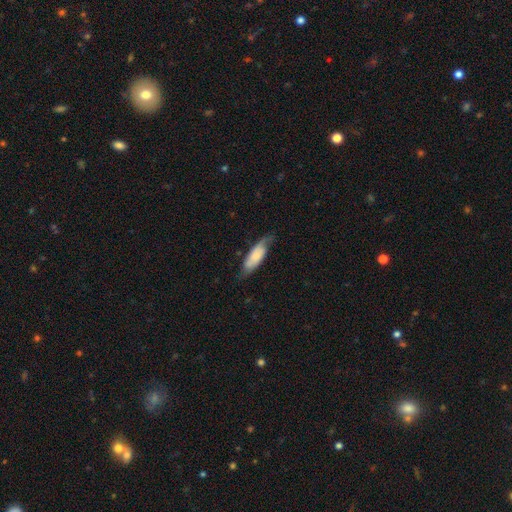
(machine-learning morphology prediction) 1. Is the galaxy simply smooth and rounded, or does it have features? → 58% smooth, 36% featured or disk, 6% star or artifact.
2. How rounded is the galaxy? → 63% in between, 35% cigar-shaped, 2% round.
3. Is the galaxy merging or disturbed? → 59% none, 29% minor disturbance, 10% major disturbance, 2% merger.